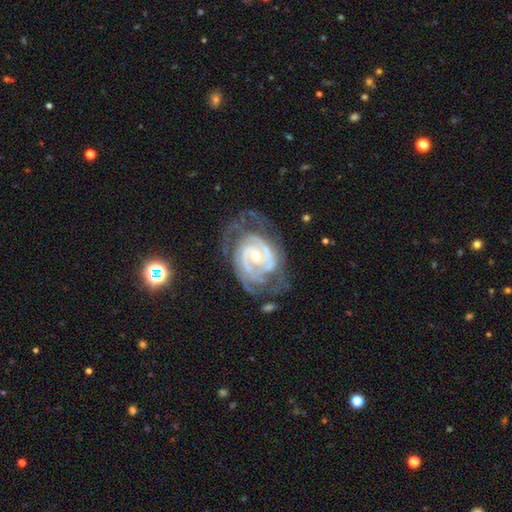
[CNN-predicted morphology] Smooth or featured: featured or disk — 90% (star or artifact — 5%)
Edge-on disk: no — 97% (yes — 3%)
Bar: no — 52% (weak — 35%)
Spiral arms: yes — 95% (no — 5%)
Spiral winding: tight — 66% (medium — 28%)
Spiral arm count: 2 — 41% (can't tell — 28%)
Bulge size: small — 52% (moderate — 43%)
Merging: none — 57% (minor disturbance — 22%)